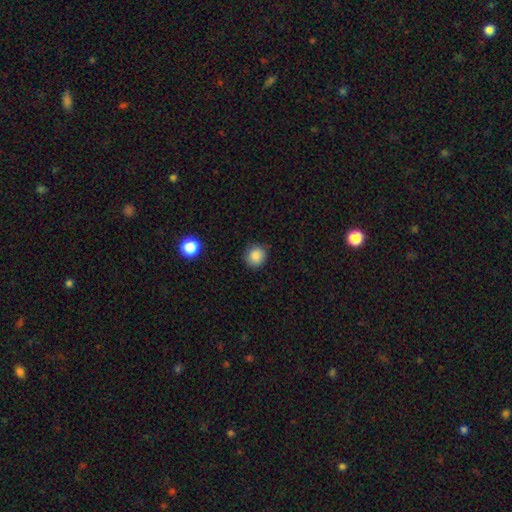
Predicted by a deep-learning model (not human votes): Overall: smooth (87%). How rounded: round (90%). Merging: none (87%).